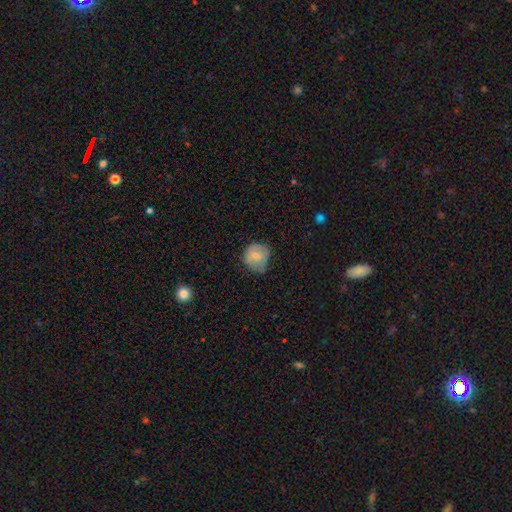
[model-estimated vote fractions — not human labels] Smooth or featured: smooth — 75% (featured or disk — 17%)
How rounded: round — 81% (in between — 18%)
Merging: none — 51% (minor disturbance — 37%)